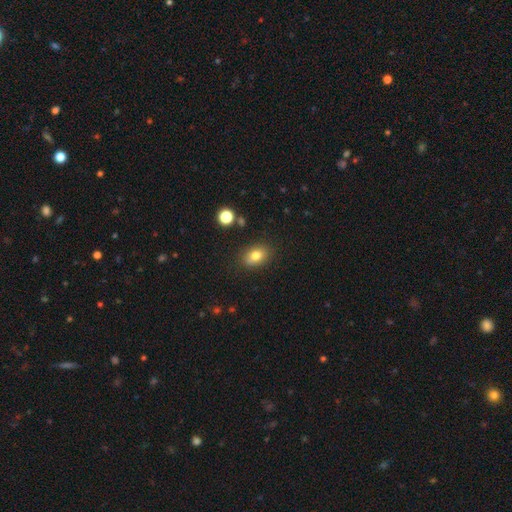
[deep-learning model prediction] Smooth or featured: smooth — 79% (featured or disk — 10%)
How rounded: in between — 78% (round — 21%)
Merging: none — 85% (minor disturbance — 10%)